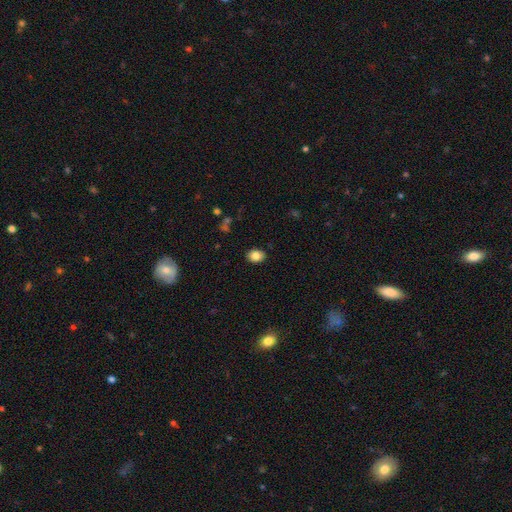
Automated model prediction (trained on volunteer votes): smooth-or-featured: smooth: 85% | star or artifact: 9% | featured or disk: 6%
  how-rounded: in between: 60% | round: 39% | cigar-shaped: 1%
  merging: none: 88% | minor disturbance: 8% | major disturbance: 2% | merger: 1%